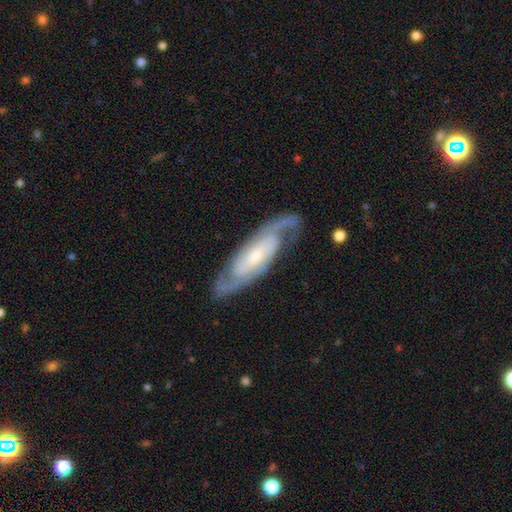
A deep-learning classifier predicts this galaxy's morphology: The model was most divided on "spiral winding": medium: 45%, tight: 44%, loose: 11%. Remaining: spiral arms — yes (97%); edge-on disk — no (90%); smooth or featured — featured or disk (88%); spiral arm count — 2 (88%); merging — none (80%); bulge size — small (49%); bar — no (44%).